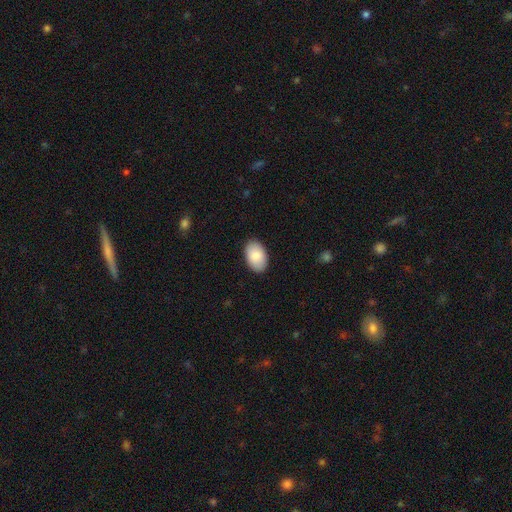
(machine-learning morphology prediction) Smooth or featured? smooth (87%)
How rounded? in between (92%)
Merging? none (89%)